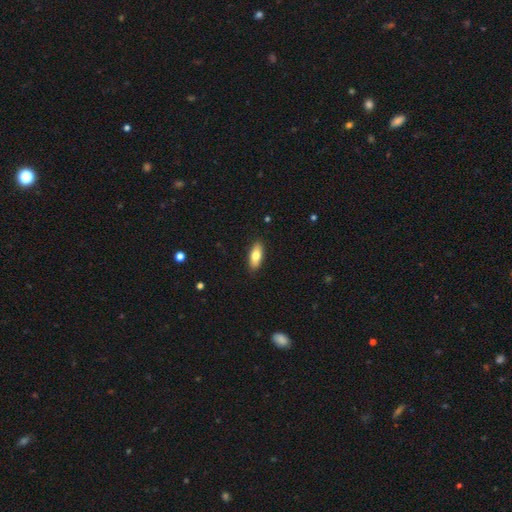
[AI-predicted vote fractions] Smooth or featured? smooth (76%)
How rounded? in between (79%)
Merging? none (88%)